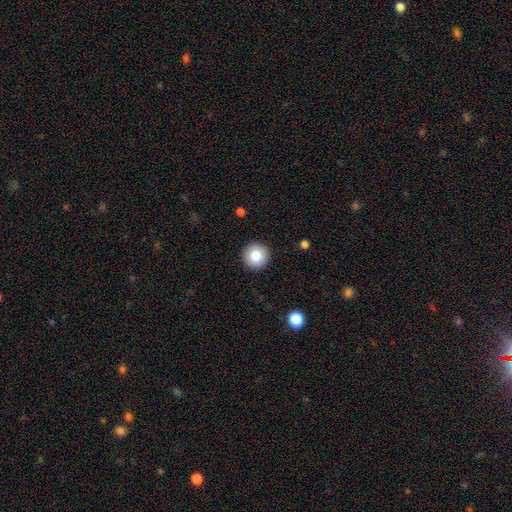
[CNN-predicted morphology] A smooth galaxy with no disk features (83%) that is round (96%).

Vote fractions:
- Smooth or featured? smooth: 83% / star or artifact: 8% / featured or disk: 8%
- How rounded? round: 96% / in between: 3% / cigar-shaped: 1%
- Merging? none: 93% / minor disturbance: 5% / major disturbance: 2% / merger: 1%